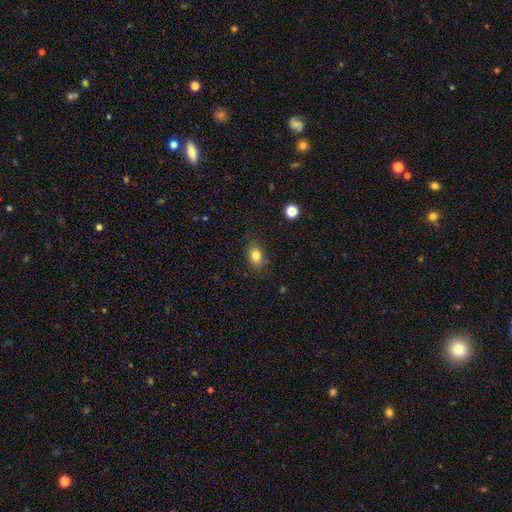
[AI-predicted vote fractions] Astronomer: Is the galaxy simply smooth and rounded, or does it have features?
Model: smooth — 82%.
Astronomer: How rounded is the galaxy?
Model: in between — 72%.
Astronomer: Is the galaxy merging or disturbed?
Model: none — 82%.